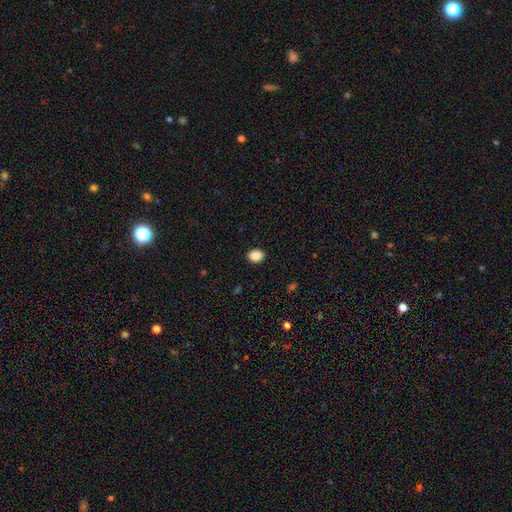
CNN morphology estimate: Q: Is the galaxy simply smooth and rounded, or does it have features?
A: smooth — 88%.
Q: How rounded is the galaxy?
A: round — 52%.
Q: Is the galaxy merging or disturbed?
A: none — 91%.